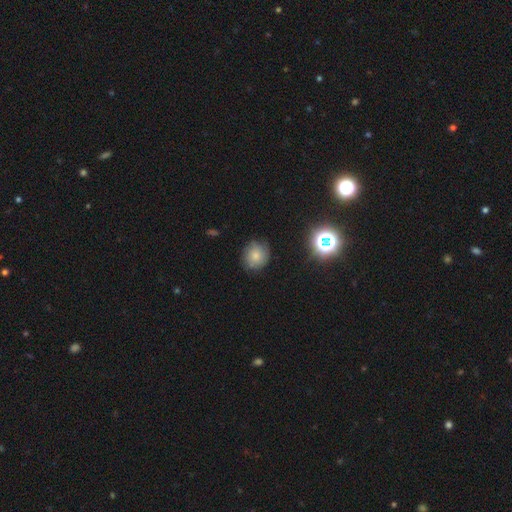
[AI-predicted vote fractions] Smooth or featured: smooth — 67% (featured or disk — 18%)
How rounded: round — 85% (in between — 14%)
Merging: none — 76% (minor disturbance — 18%)